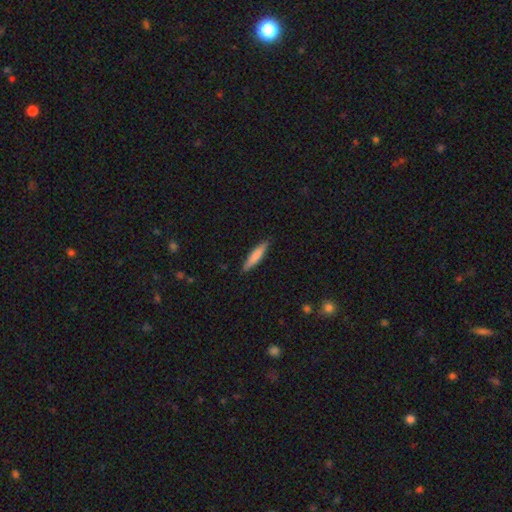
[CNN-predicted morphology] type=smooth (77%); roundness=cigar-shaped (87%); merging=none (88%).